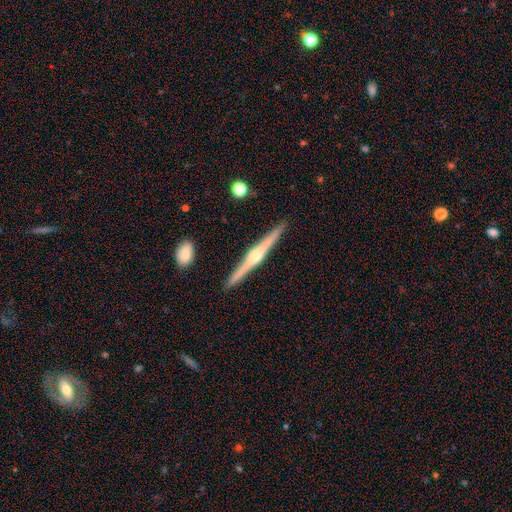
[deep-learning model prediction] smooth_or_featured: featured or disk (p=0.80) [alt: smooth p=0.14]
disk_edge_on: yes (p=0.99) [alt: no p=0.01]
edge_on_bulge: rounded (p=0.88) [alt: boxy p=0.06]
merging: none (p=0.92) [alt: minor disturbance p=0.06]